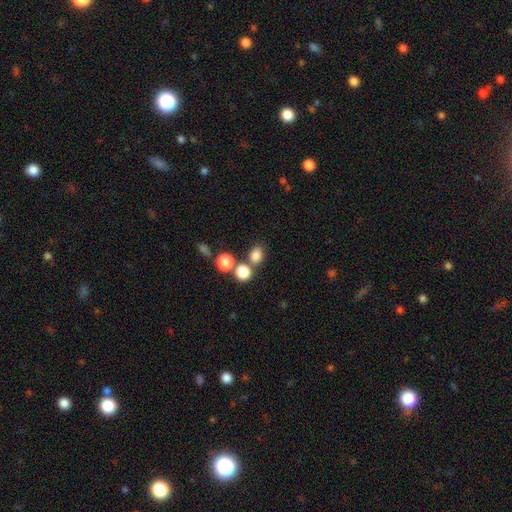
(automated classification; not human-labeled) Q: Smooth or featured?
A: smooth (80%); runner-up: star or artifact (13%)
Q: How rounded?
A: round (55%); runner-up: in between (44%)
Q: Merging?
A: none (62%); runner-up: merger (25%)